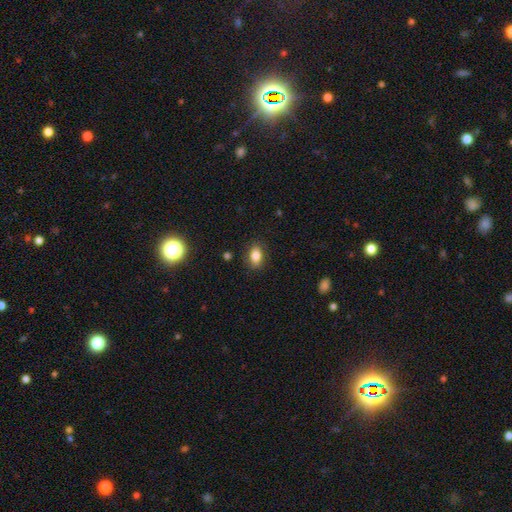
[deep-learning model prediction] A smooth galaxy with no disk features (82%) that is in between round and cigar-shaped (83%).

Vote fractions:
- Smooth or featured? smooth: 82% / star or artifact: 10% / featured or disk: 8%
- How rounded? in between: 83% / round: 14% / cigar-shaped: 3%
- Merging? none: 84% / minor disturbance: 11% / major disturbance: 3% / merger: 1%